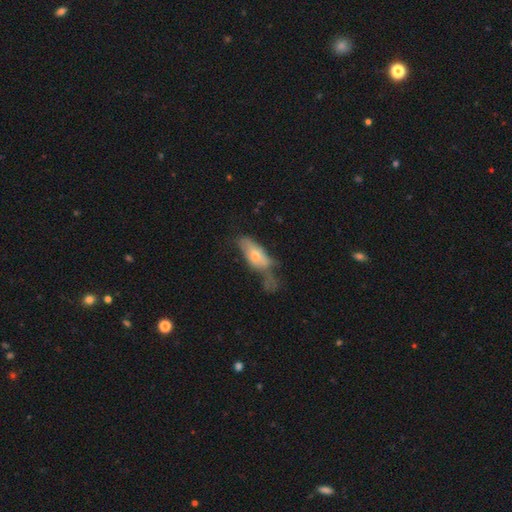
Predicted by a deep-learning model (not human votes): Smooth or featured? smooth (53%)
How rounded? in between (72%)
Merging? major disturbance (34%)